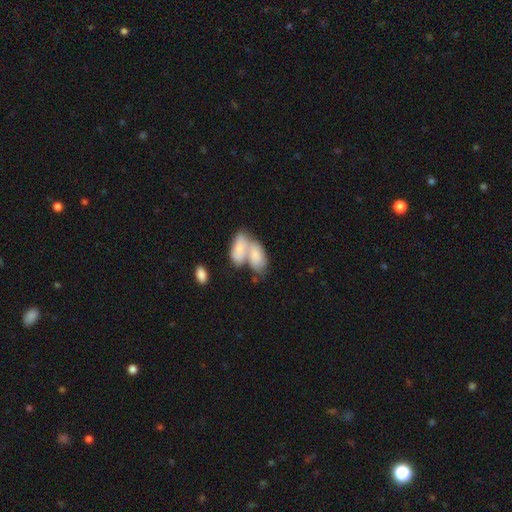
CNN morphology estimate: The model was most divided on "smooth or featured": smooth: 69%, featured or disk: 25%, star or artifact: 6%. More confident: how rounded — in between (91%); merging — merger (72%).